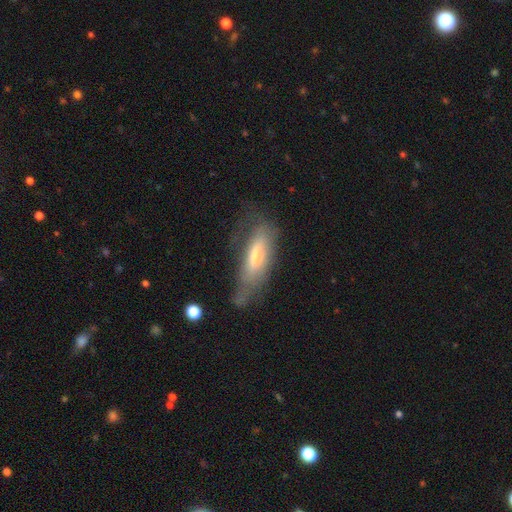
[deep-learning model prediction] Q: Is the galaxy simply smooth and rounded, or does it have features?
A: smooth — 53%.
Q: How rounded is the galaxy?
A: cigar-shaped — 51%.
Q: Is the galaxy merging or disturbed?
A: none — 45%.